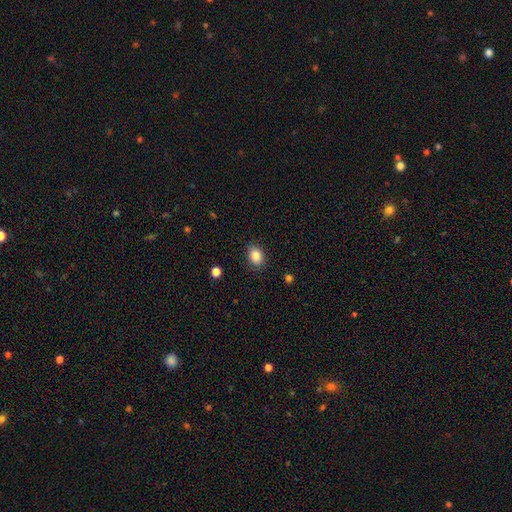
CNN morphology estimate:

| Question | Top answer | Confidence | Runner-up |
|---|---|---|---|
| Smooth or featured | smooth | 85% | star or artifact (9%) |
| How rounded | in between | 65% | round (34%) |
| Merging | none | 83% | minor disturbance (13%) |